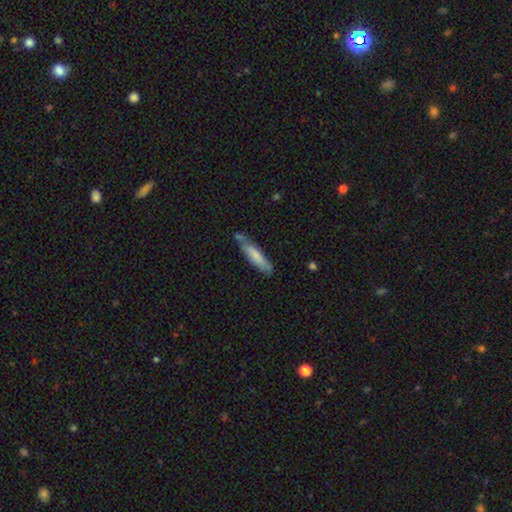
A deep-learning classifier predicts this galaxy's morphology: Smooth or featured: smooth — 72% (featured or disk — 22%)
How rounded: cigar-shaped — 81% (in between — 18%)
Merging: none — 64% (minor disturbance — 22%)